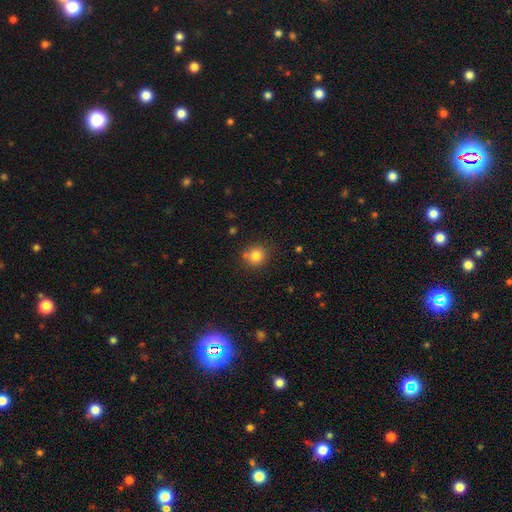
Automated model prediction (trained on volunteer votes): This is clearly a smooth galaxy (82%). How rounded: clearly round (87%). Merging: likely none (77%).